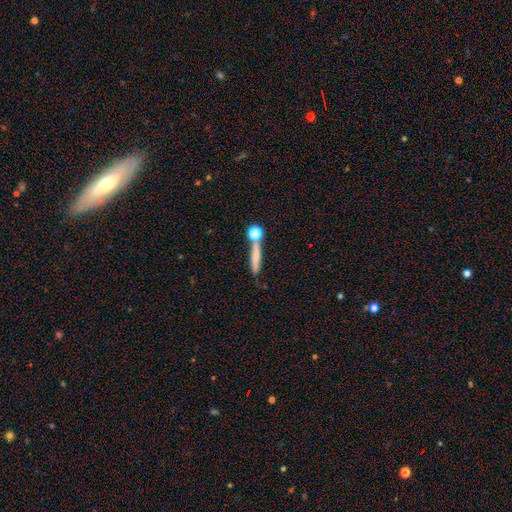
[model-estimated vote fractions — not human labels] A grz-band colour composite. It shows a smooth galaxy with no disk features (69%) that is cigar-shaped (78%). Merging: none (63%).